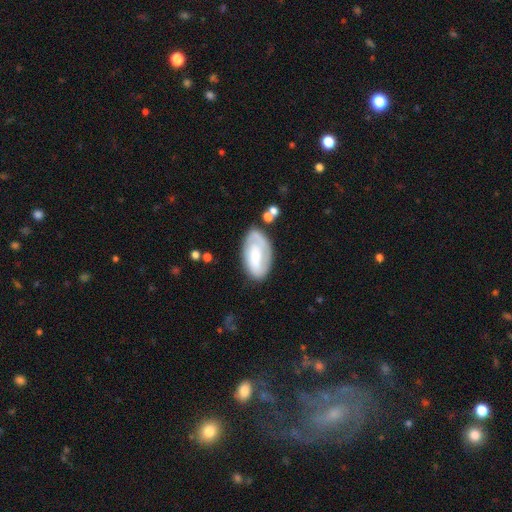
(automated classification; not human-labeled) smooth_or_featured: featured or disk (p=0.52) [alt: smooth p=0.42]
disk_edge_on: no (p=0.93) [alt: yes p=0.07]
merging: none (p=0.66) [alt: minor disturbance p=0.22]